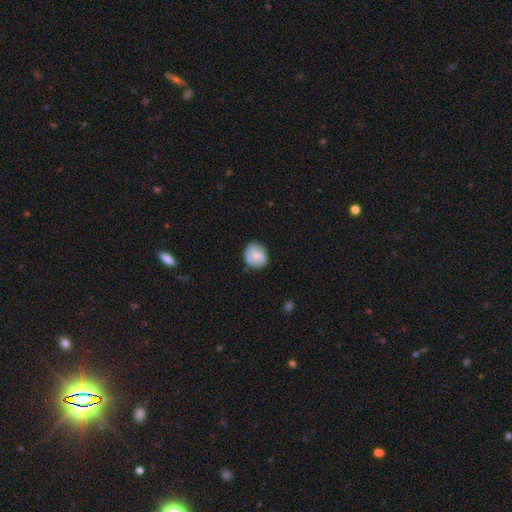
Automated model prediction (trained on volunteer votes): Smooth or featured: smooth — 67% (featured or disk — 26%)
How rounded: round — 78% (in between — 21%)
Merging: none — 73% (minor disturbance — 20%)